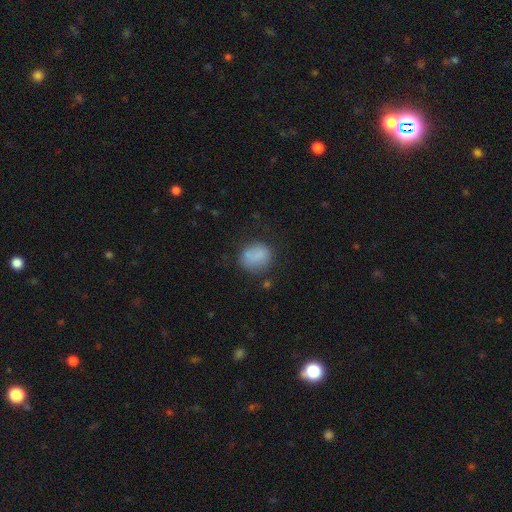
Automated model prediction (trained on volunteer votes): smooth 78%, featured or disk 12%, star or artifact 10%. Down the decision tree: how rounded — round (66%); merging — none (62%).